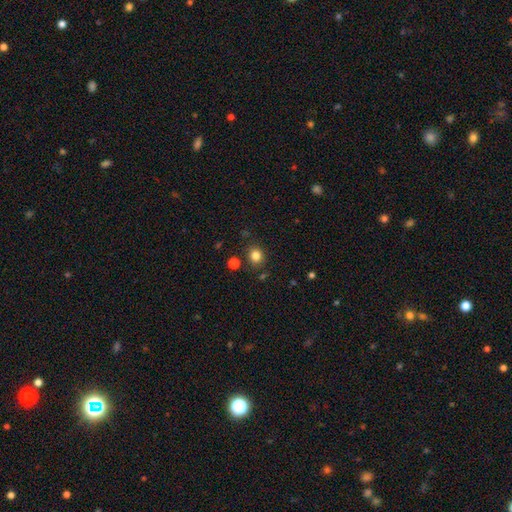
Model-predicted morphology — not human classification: Smooth or featured? Predicted: smooth (p=0.83). How rounded? Predicted: round (p=0.78). Merging? Predicted: none (p=0.84).